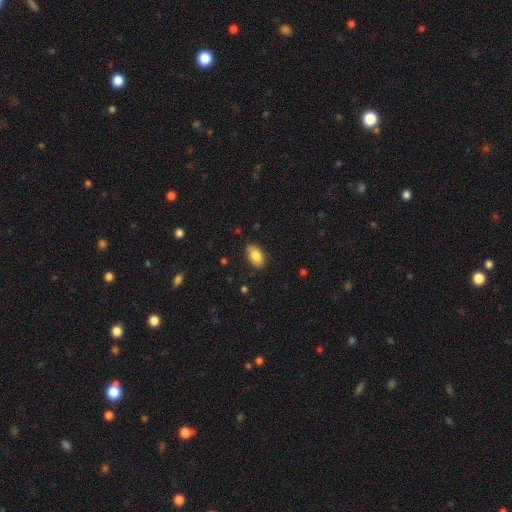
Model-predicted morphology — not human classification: Smooth or featured?
  - smooth: 86% *
  - featured or disk: 7%
  - star or artifact: 7%
How rounded?
  - in between: 92% *
  - round: 6%
  - cigar-shaped: 2%
Merging?
  - none: 80% *
  - minor disturbance: 15%
  - major disturbance: 3%
  - merger: 1%